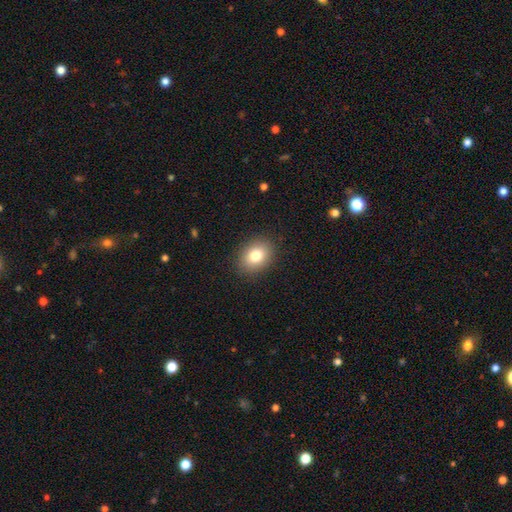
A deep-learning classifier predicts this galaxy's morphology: type=smooth (81%); roundness=in between (65%); merging=none (89%).